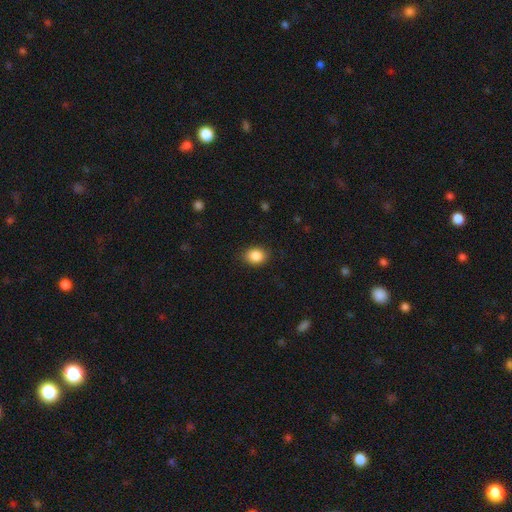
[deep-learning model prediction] The model was most divided on "how rounded": in between: 55%, round: 44%, cigar-shaped: 1%. More confident: smooth or featured — smooth (87%); merging — none (86%).